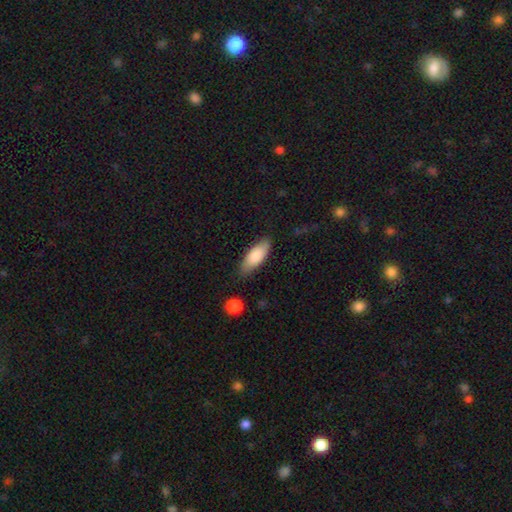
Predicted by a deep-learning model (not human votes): Smooth or featured? Predicted: smooth (p=0.81). How rounded? Predicted: in between (p=0.74). Merging? Predicted: none (p=0.79).